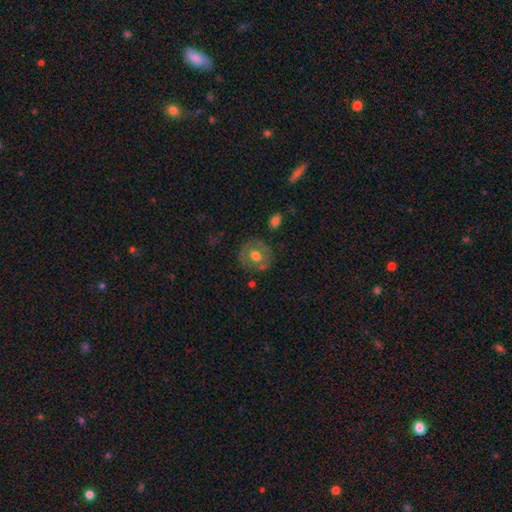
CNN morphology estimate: smooth-or-featured: smooth: 53% | featured or disk: 40% | star or artifact: 7%
  how-rounded: round: 86% | in between: 13% | cigar-shaped: 1%
  merging: none: 80% | minor disturbance: 14% | major disturbance: 5% | merger: 2%